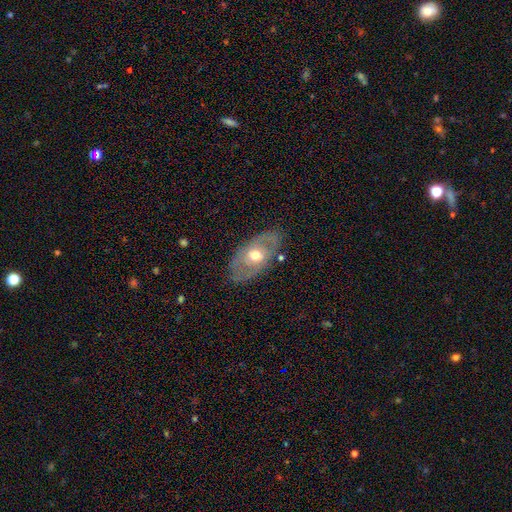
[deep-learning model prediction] Smooth or featured? featured or disk (63%)
Edge-on disk? no (87%)
Bar? no (81%)
Spiral arms? no (59%)
Bulge size? moderate (76%)
Merging? none (79%)